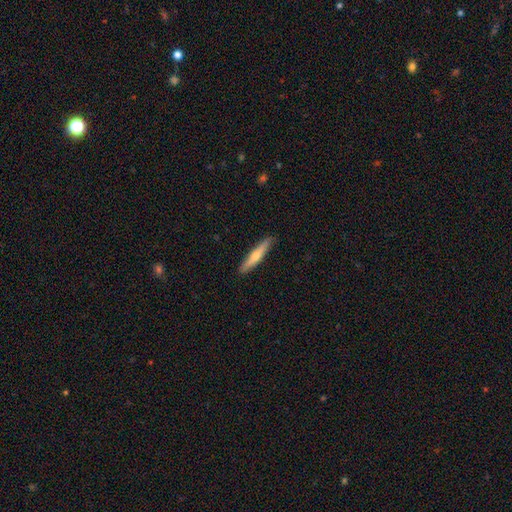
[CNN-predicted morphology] A smooth galaxy with no disk features (49%). Merging: none (90%).